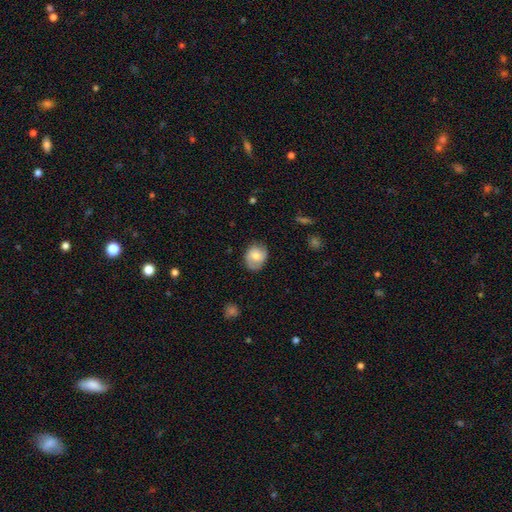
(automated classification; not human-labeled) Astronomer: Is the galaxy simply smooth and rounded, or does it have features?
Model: smooth — 59%.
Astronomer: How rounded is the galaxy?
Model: round — 55% (runner-up: in between, 44%).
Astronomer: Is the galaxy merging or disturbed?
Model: none — 71%.